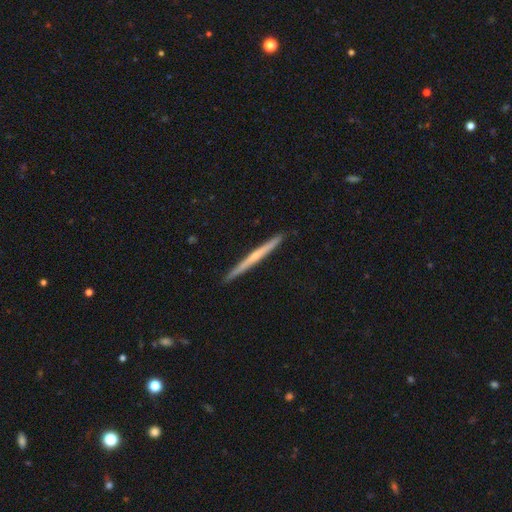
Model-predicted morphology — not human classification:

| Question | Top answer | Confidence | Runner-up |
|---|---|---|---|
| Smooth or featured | featured or disk | 64% | smooth (30%) |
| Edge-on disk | yes | 98% | no (2%) |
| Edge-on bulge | none | 50% | rounded (46%) |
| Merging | none | 92% | minor disturbance (6%) |